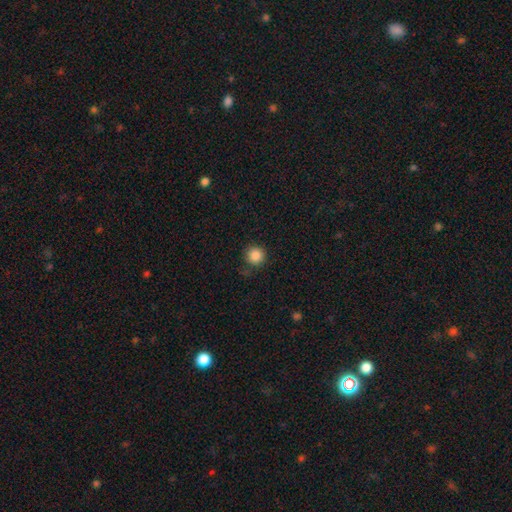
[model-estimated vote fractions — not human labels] This appears to be a smooth galaxy with no disk features (86%) that is round (95%). Merging: none (83%).